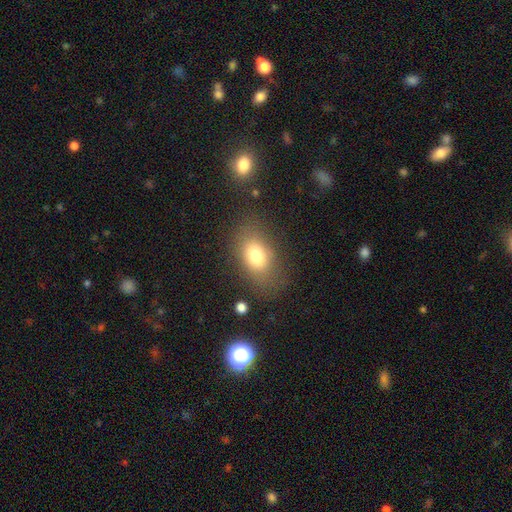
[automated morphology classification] Smooth or featured? smooth (75%)
How rounded? in between (81%)
Merging? none (76%)